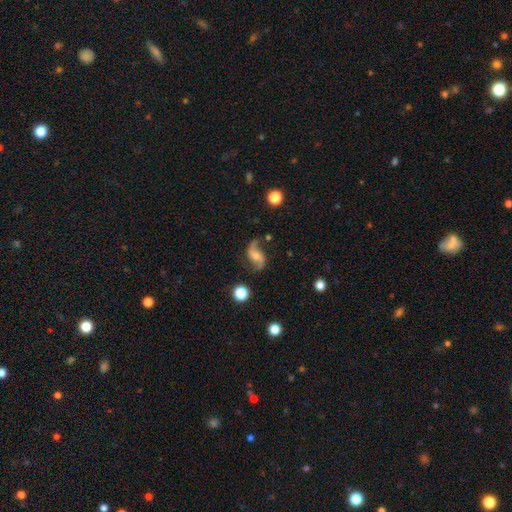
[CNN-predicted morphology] type=featured or disk (87%); edge-on=no (98%); bar=no (56%); spiral arms=yes (97%); winding=loose (79%); arm count=2 (94%); bulge=moderate (48%); merging=none (76%).